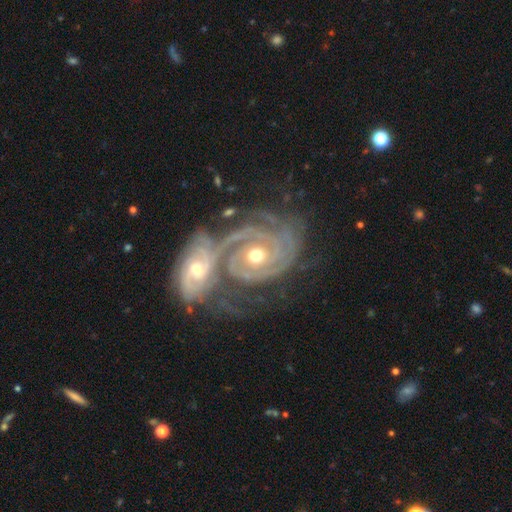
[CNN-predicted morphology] smooth_or_featured: featured or disk (p=0.72) [alt: smooth p=0.17]
disk_edge_on: no (p=0.96) [alt: yes p=0.04]
bar: no (p=0.65) [alt: weak p=0.26]
has_spiral_arms: yes (p=0.80) [alt: no p=0.20]
spiral_winding: tight (p=0.50) [alt: medium p=0.33]
spiral_arm_count: 2 (p=0.54) [alt: can't tell p=0.25]
bulge_size: moderate (p=0.46) [alt: small p=0.45]
merging: merger (p=0.60) [alt: none p=0.26]